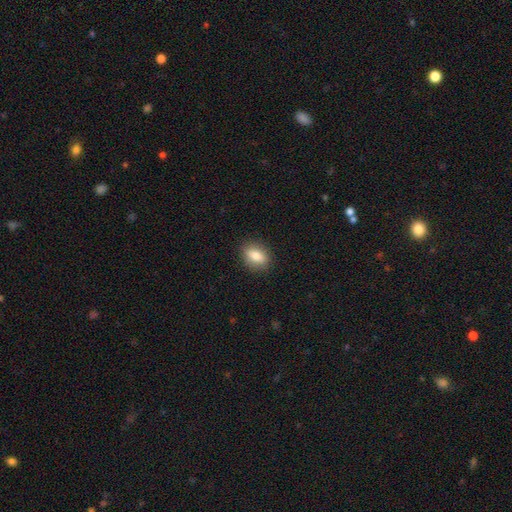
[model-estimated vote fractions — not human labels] A smooth galaxy with no disk features (80%) that is in between round and cigar-shaped (71%). Merging: none (88%).